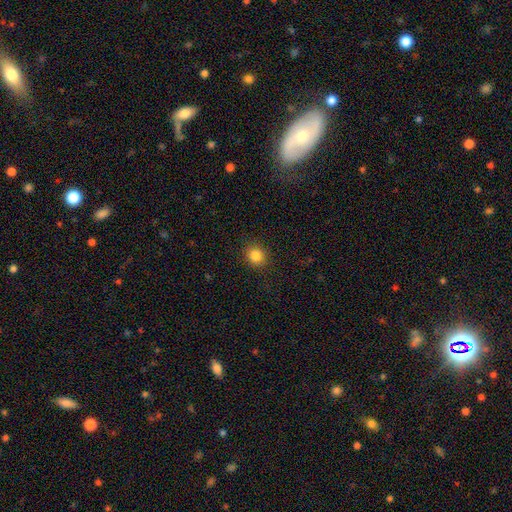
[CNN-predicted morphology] Q: Smooth or featured?
A: smooth (85%); runner-up: star or artifact (11%)
Q: How rounded?
A: round (87%); runner-up: in between (12%)
Q: Merging?
A: none (91%); runner-up: minor disturbance (6%)